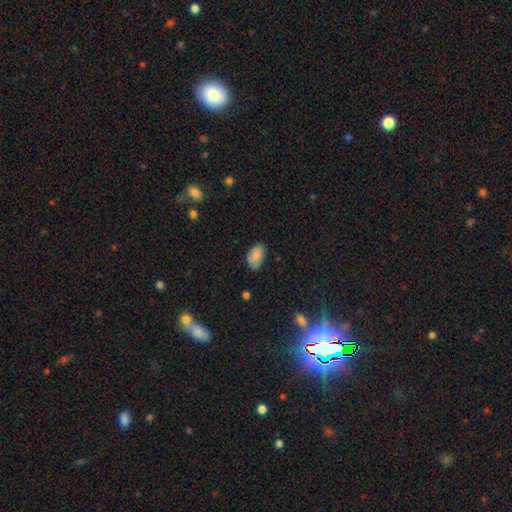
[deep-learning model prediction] Smooth or featured: smooth — 82% (featured or disk — 10%)
How rounded: in between — 93% (round — 5%)
Merging: none — 69% (minor disturbance — 25%)